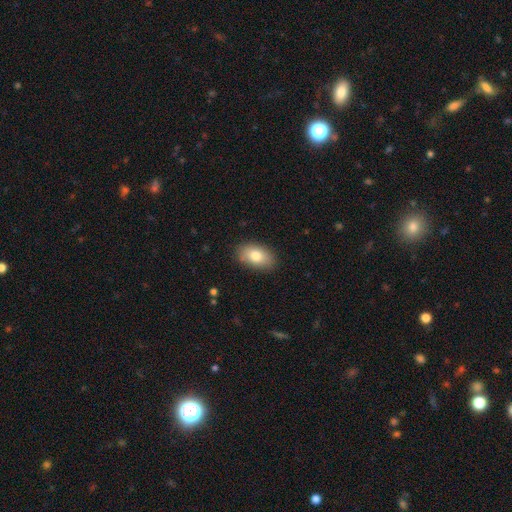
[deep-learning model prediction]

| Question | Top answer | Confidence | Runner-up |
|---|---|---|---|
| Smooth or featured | smooth | 81% | featured or disk (12%) |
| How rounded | in between | 91% | round (8%) |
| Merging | none | 85% | minor disturbance (11%) |